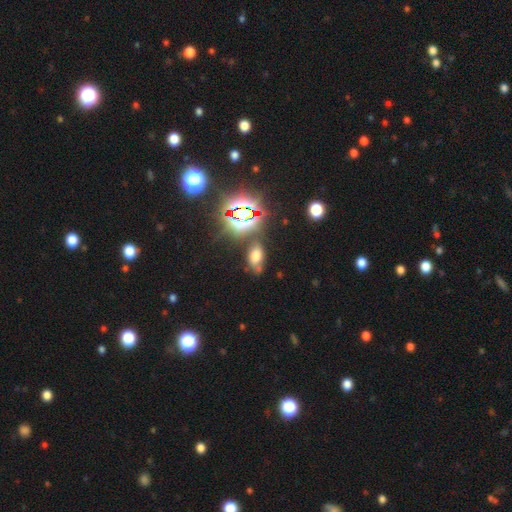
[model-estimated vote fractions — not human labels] smooth-or-featured: smooth: 48% | star or artifact: 36% | featured or disk: 15%
  merging: none: 64% | minor disturbance: 20% | merger: 9% | major disturbance: 8%